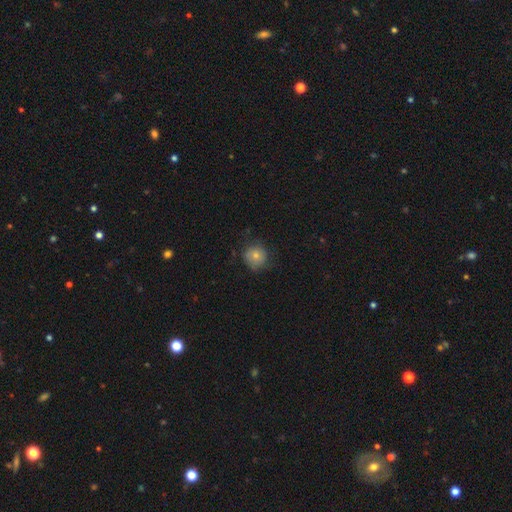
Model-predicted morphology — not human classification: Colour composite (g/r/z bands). It shows a smooth galaxy with no disk features (74%) that is round (87%). Merging: none (69%).